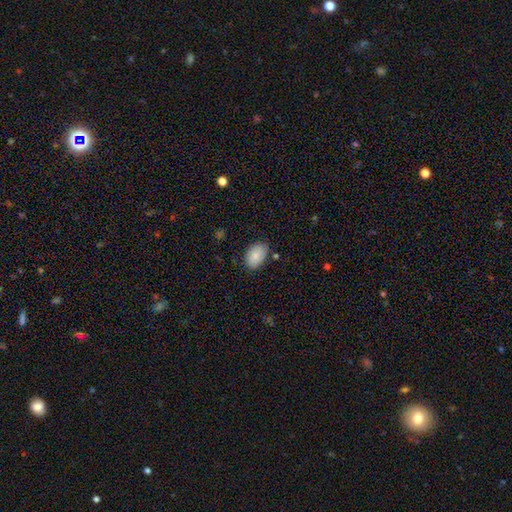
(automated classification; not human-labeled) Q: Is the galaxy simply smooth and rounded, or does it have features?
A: smooth — 85%.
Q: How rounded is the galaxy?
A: in between — 89%.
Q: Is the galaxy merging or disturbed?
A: none — 82%.